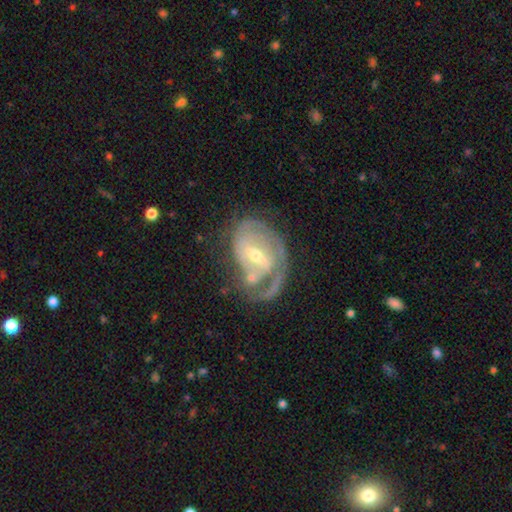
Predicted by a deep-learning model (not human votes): Morphology: type=featured or disk (82%); edge-on=no (97%); bar=weak (50%); spiral arms=yes (86%); winding=tight (45%); arm count=2 (36%); bulge=small (54%); merging=none (37%).